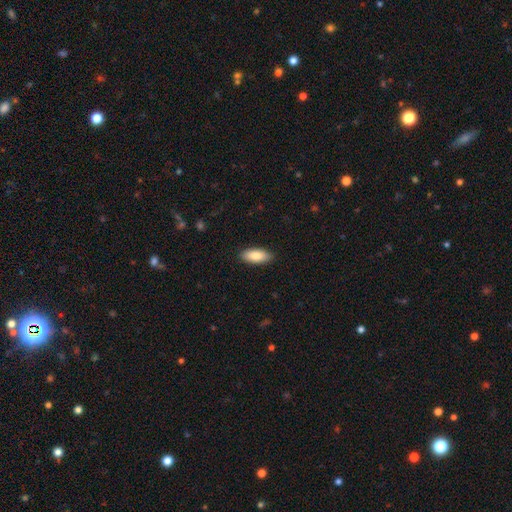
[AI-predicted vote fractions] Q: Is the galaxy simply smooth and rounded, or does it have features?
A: smooth — 87%.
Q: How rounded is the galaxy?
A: in between — 83%.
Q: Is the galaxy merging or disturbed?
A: none — 88%.